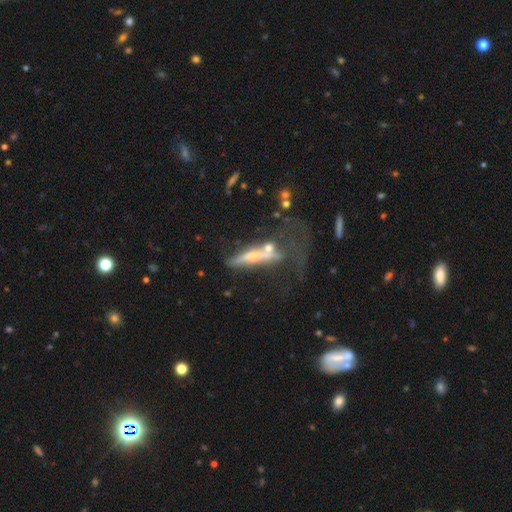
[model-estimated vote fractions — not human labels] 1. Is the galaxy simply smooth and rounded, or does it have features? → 60% featured or disk, 30% smooth, 10% star or artifact.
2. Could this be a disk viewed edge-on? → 67% yes, 33% no.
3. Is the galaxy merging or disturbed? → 36% major disturbance, 30% merger, 19% none, 15% minor disturbance.